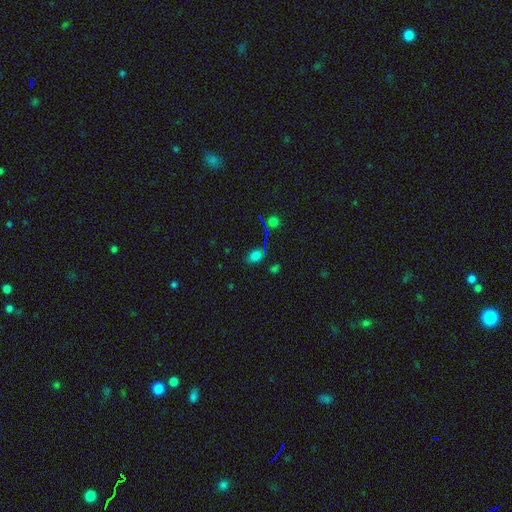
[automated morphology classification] type=smooth (70%); roundness=in between (62%); merging=none (79%).